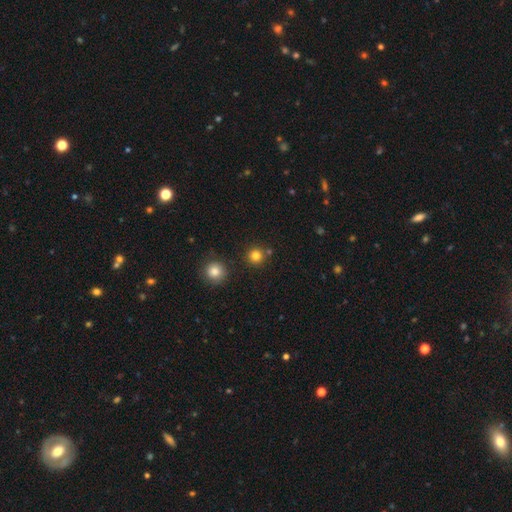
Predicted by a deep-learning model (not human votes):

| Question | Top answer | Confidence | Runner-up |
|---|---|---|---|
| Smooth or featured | smooth | 81% | star or artifact (14%) |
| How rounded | round | 95% | in between (4%) |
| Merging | none | 85% | merger (7%) |